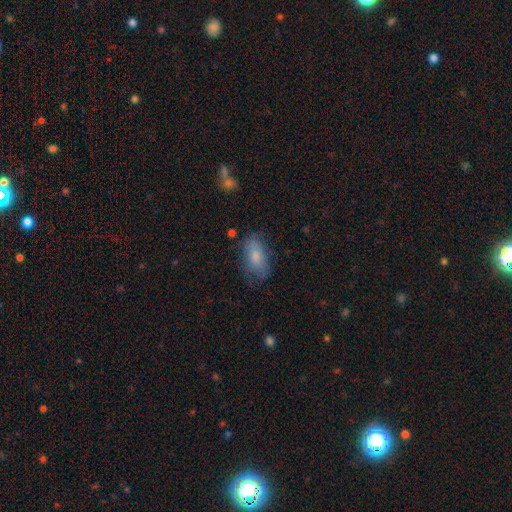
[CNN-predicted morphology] smooth 76%, featured or disk 17%, star or artifact 8%. Down the decision tree: how rounded — in between (89%); merging — none (65%).